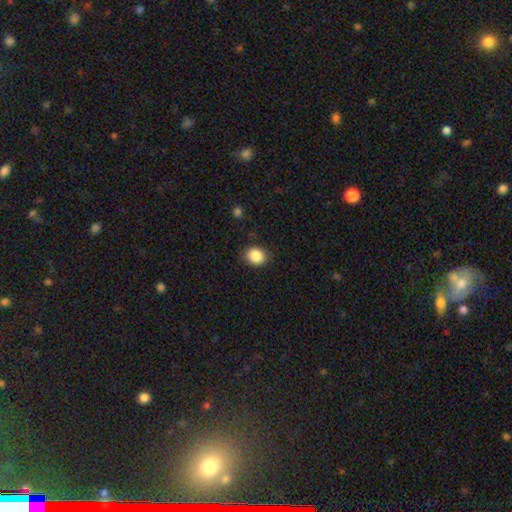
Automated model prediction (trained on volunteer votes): Smooth or featured? smooth (87%)
How rounded? round (66%)
Merging? none (86%)